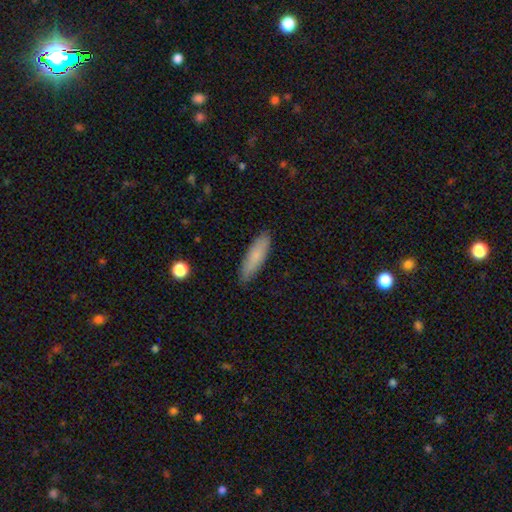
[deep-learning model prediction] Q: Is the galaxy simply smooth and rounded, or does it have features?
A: smooth — 82%.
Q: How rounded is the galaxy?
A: cigar-shaped — 66%.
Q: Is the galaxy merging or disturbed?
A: none — 87%.